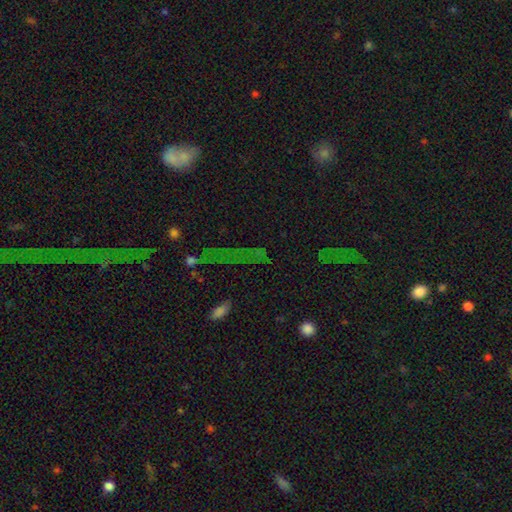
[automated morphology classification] Q: Smooth or featured?
A: star or artifact (66%); runner-up: smooth (20%)